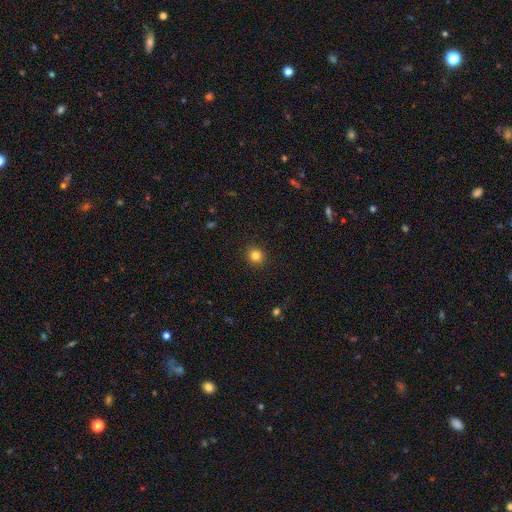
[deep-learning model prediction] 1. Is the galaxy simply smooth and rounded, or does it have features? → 82% smooth, 12% star or artifact, 6% featured or disk.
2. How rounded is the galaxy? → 88% round, 11% in between, 1% cigar-shaped.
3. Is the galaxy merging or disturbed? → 91% none, 6% minor disturbance, 2% major disturbance, 1% merger.